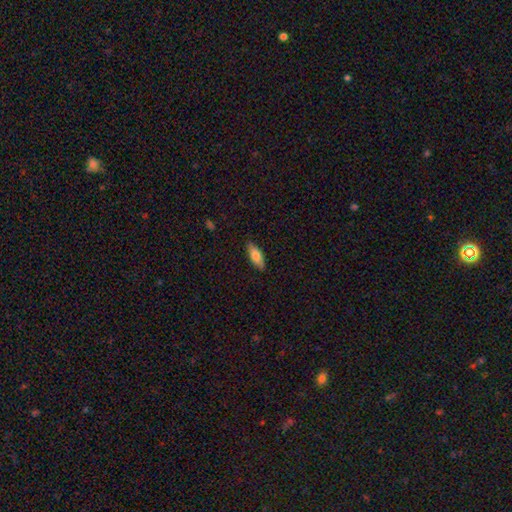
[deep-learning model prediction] Smooth or featured?
  - smooth: 75% *
  - featured or disk: 19%
  - star or artifact: 6%
How rounded?
  - in between: 67% *
  - cigar-shaped: 31%
  - round: 2%
Merging?
  - none: 87% *
  - minor disturbance: 10%
  - major disturbance: 2%
  - merger: 1%